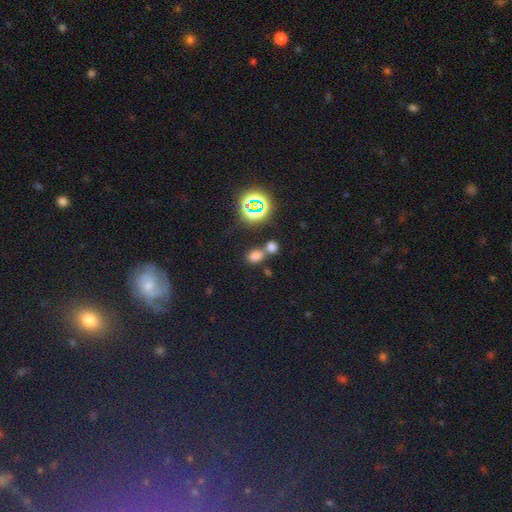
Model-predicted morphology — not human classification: Smooth or featured?
  - smooth: 65% *
  - star or artifact: 28%
  - featured or disk: 7%
How rounded?
  - round: 49% * (tied)
  - in between: 49% * (tied)
  - cigar-shaped: 2%
Merging?
  - none: 49% *
  - merger: 39%
  - minor disturbance: 9%
  - major disturbance: 4%